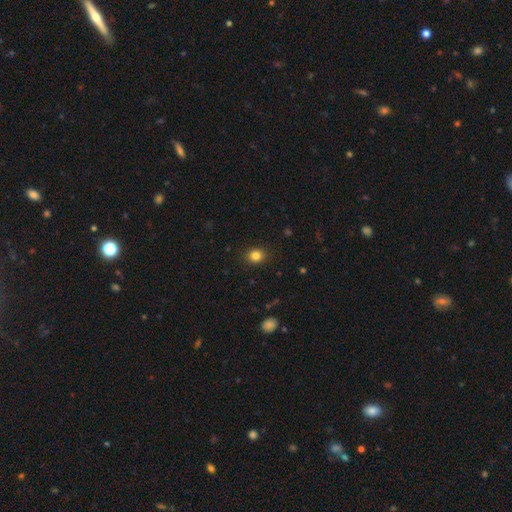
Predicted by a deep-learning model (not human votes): Q: Smooth or featured?
A: smooth (83%); runner-up: star or artifact (12%)
Q: How rounded?
A: round (74%); runner-up: in between (25%)
Q: Merging?
A: none (90%); runner-up: minor disturbance (7%)